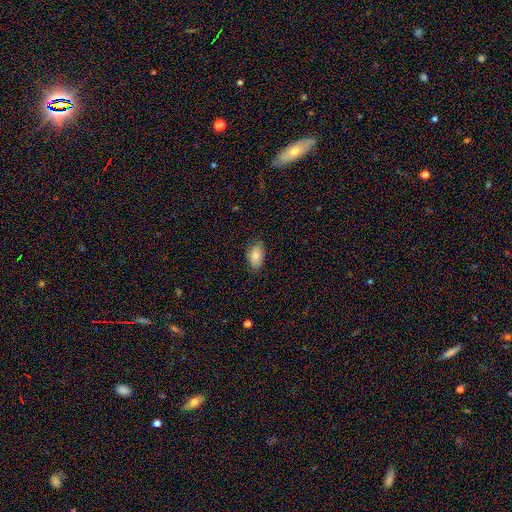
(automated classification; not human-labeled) smooth-or-featured: smooth: 79% | featured or disk: 13% | star or artifact: 8%
  how-rounded: in between: 90% | round: 8% | cigar-shaped: 1%
  merging: none: 82% | minor disturbance: 14% | major disturbance: 3% | merger: 1%